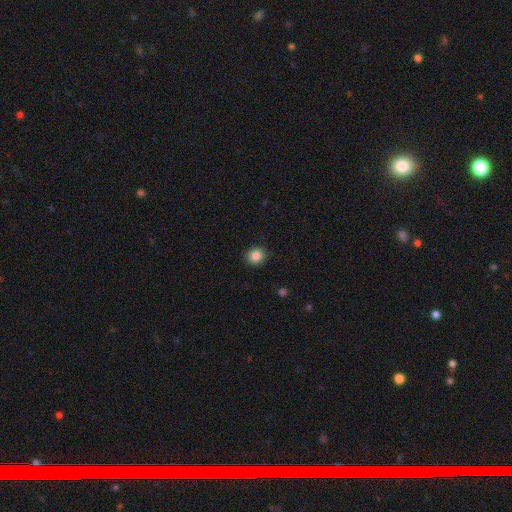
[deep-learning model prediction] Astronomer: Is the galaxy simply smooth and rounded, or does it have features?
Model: smooth — 86%.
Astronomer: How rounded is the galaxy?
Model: round — 84%.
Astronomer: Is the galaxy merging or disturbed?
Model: none — 90%.